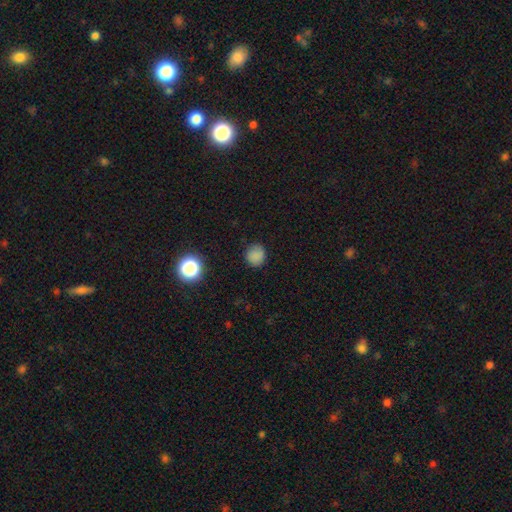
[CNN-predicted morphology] Overall: smooth (81%). How rounded: round (87%). Merging: none (83%).